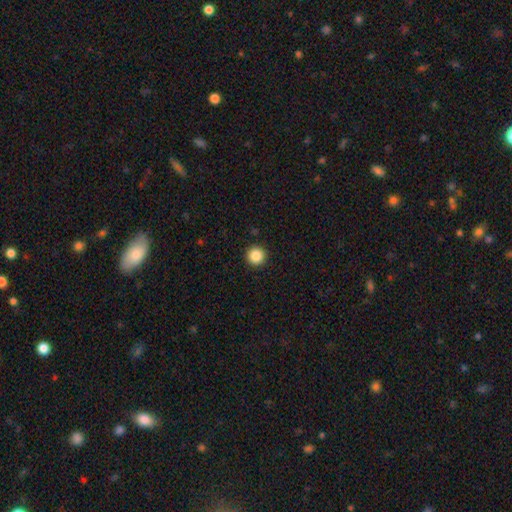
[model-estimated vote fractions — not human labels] smooth 87%, star or artifact 10%, featured or disk 3%. Down the decision tree: how rounded — round (96%); merging — none (93%).